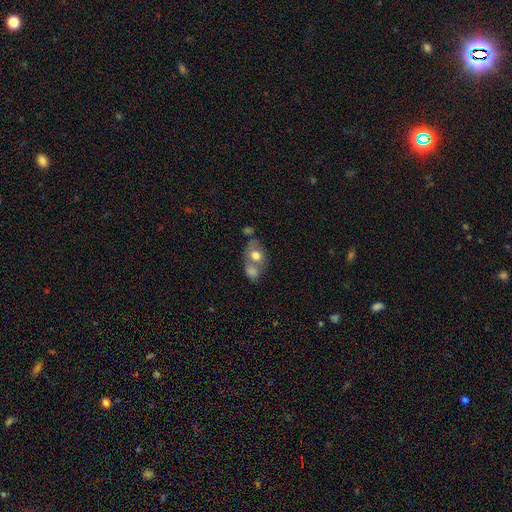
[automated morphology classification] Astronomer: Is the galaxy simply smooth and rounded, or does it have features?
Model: smooth — 68%.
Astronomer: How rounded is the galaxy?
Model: in between — 65%.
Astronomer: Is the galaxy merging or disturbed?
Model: merger — 58%.